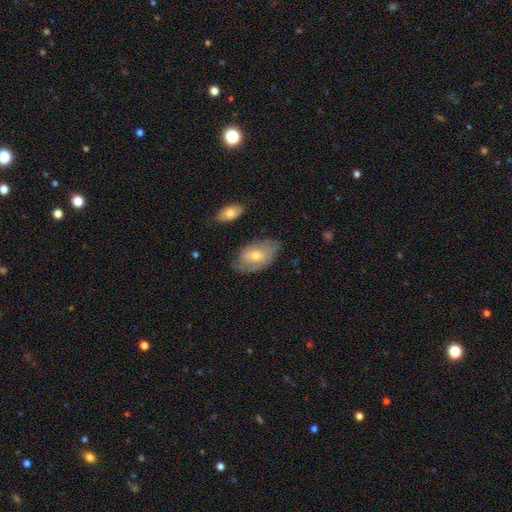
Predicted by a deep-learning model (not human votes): Q: Smooth or featured?
A: smooth (50%); runner-up: featured or disk (43%)
Q: Merging?
A: none (65%); runner-up: minor disturbance (25%)